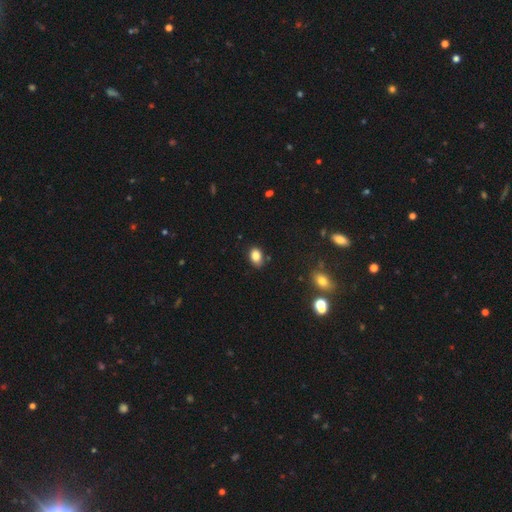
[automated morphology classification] Smooth or featured? Predicted: smooth (p=0.85). How rounded? Predicted: in between (p=0.79). Merging? Predicted: none (p=0.80).